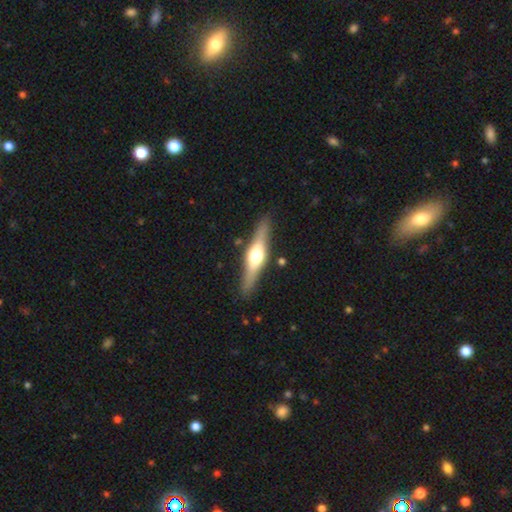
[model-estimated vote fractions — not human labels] Smooth or featured? featured or disk (68%)
Edge-on disk? yes (96%)
Edge-on bulge? rounded (93%)
Merging? none (88%)